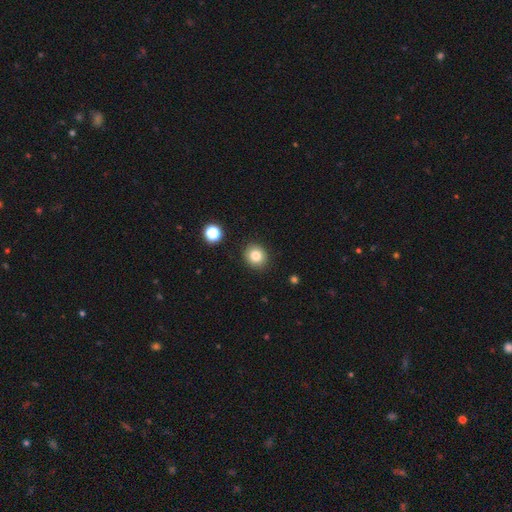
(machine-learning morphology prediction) This is clearly a smooth galaxy (81%). How rounded: clearly round (81%). Merging: clearly none (89%).